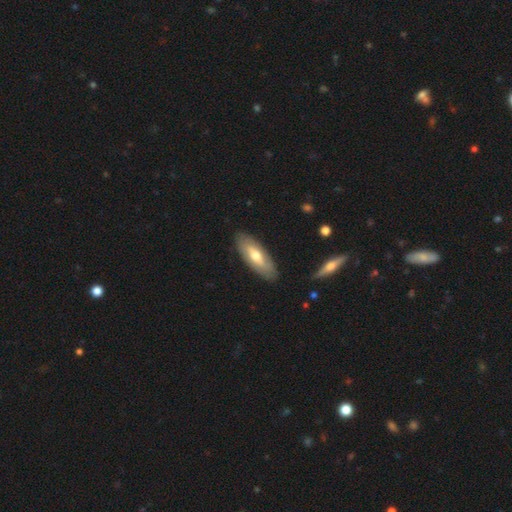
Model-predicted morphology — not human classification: smooth-or-featured: smooth: 50% | featured or disk: 45% | star or artifact: 5%
  how-rounded: in between: 72% | cigar-shaped: 26% | round: 2%
  merging: none: 86% | minor disturbance: 10% | major disturbance: 2% | merger: 1%